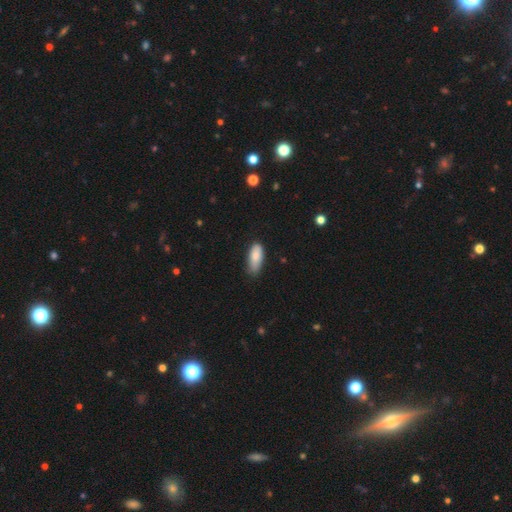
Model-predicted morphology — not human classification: Smooth or featured? smooth (85%)
How rounded? in between (81%)
Merging? none (63%)